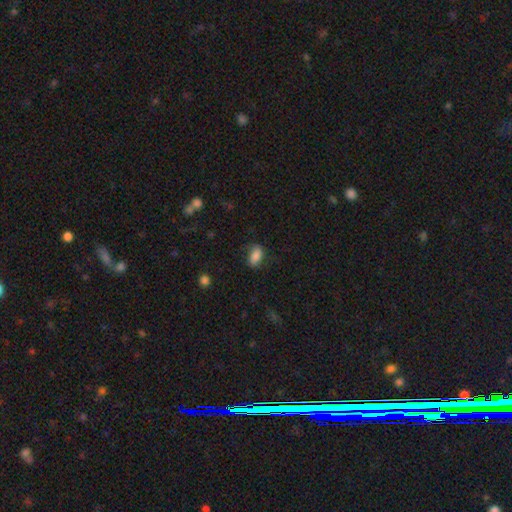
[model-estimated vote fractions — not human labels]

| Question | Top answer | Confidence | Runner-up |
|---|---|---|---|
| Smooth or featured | smooth | 83% | featured or disk (9%) |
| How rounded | in between | 89% | round (6%) |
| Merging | none | 71% | minor disturbance (21%) |